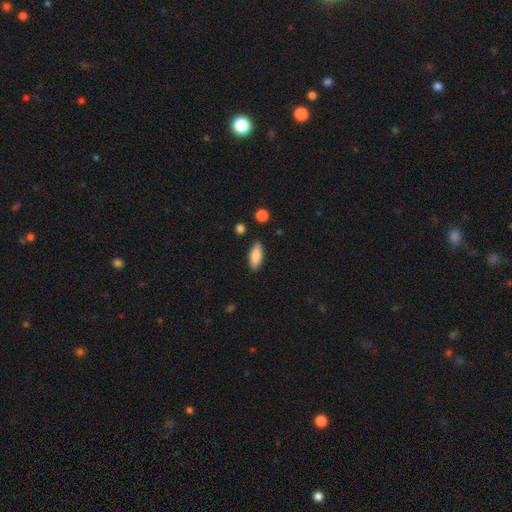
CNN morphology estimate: smooth-or-featured: smooth: 86% | featured or disk: 8% | star or artifact: 6%
  how-rounded: in between: 79% | cigar-shaped: 19% | round: 2%
  merging: none: 87% | minor disturbance: 10% | major disturbance: 2% | merger: 2%